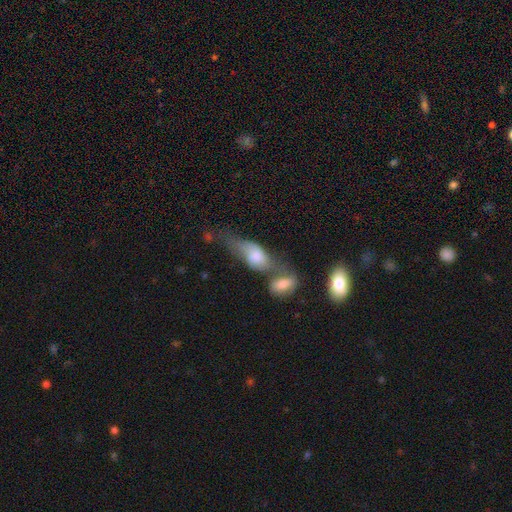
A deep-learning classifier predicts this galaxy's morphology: smooth 58%, featured or disk 33%, star or artifact 9%. Down the decision tree: how rounded — in between (73%); merging — merger (44%).